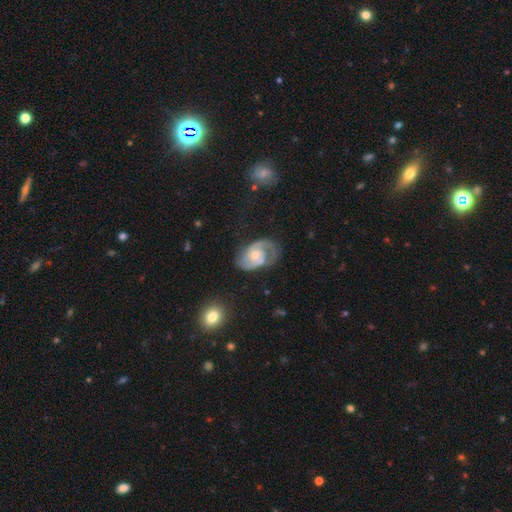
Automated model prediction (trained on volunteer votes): Smooth or featured? Predicted: featured or disk (p=0.80). Edge-on disk? Predicted: no (p=0.97). Bar? Predicted: no (p=0.64). Spiral arms? Predicted: yes (p=0.93). Spiral winding? Predicted: medium (p=0.45). Spiral arm count? Predicted: 2 (p=0.74). Bulge size? Predicted: moderate (p=0.56). Merging? Predicted: none (p=0.58).